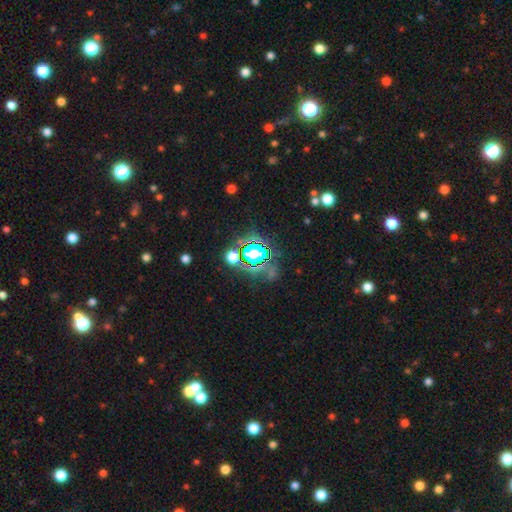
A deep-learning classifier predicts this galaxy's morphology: A star or artifact, not a galaxy (65%).

Vote fractions:
- Smooth or featured? star or artifact: 65% / smooth: 23% / featured or disk: 12%